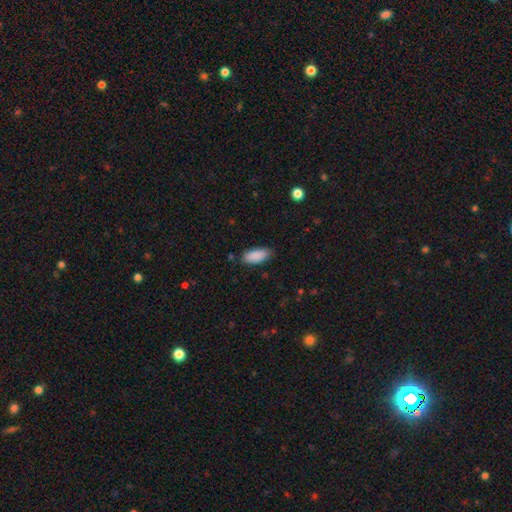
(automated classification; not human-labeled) A smooth galaxy with no disk features (89%) that is in between round and cigar-shaped (88%). Merging: none (81%).